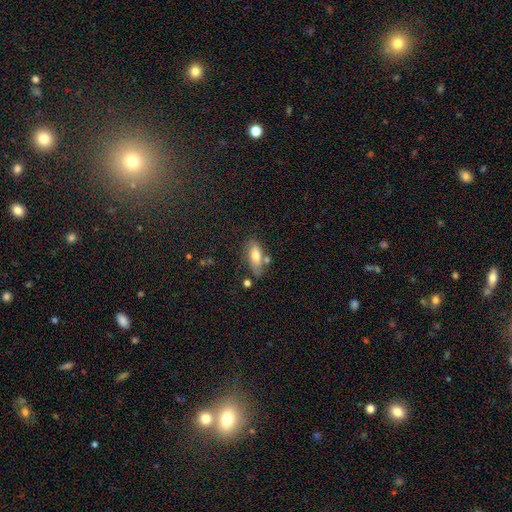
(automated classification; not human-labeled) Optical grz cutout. It shows a smooth galaxy with no disk features (69%) that is in between round and cigar-shaped (82%). Merging: none (60%).